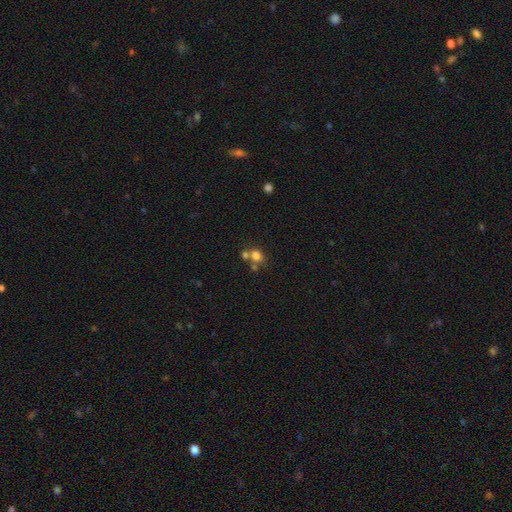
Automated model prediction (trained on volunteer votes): smooth_or_featured: smooth (p=0.76) [alt: star or artifact p=0.14]
how_rounded: round (p=0.65) [alt: in between p=0.33]
merging: none (p=0.45) [alt: merger p=0.40]